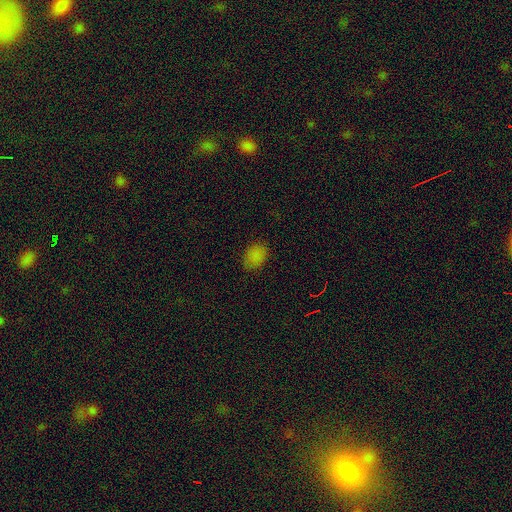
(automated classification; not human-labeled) Smooth or featured?
  - smooth: 82% *
  - star or artifact: 14%
  - featured or disk: 4%
How rounded?
  - in between: 76% *
  - round: 23%
  - cigar-shaped: 1%
Merging?
  - none: 81% *
  - minor disturbance: 15%
  - major disturbance: 3%
  - merger: 1%